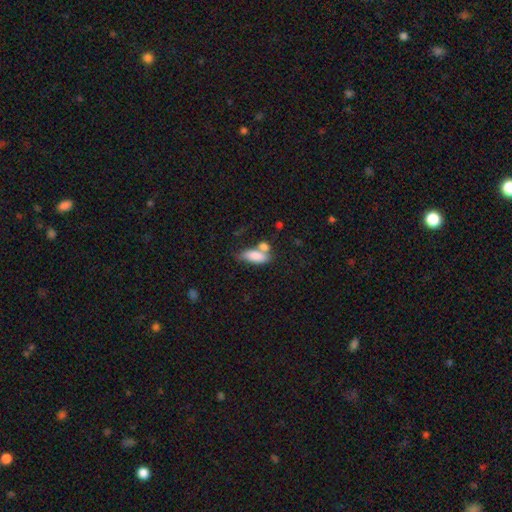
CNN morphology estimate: smooth-or-featured: smooth: 80% | featured or disk: 12% | star or artifact: 8%
  how-rounded: in between: 79% | cigar-shaped: 17% | round: 4%
  merging: merger: 40% | none: 36% | minor disturbance: 16% | major disturbance: 8%